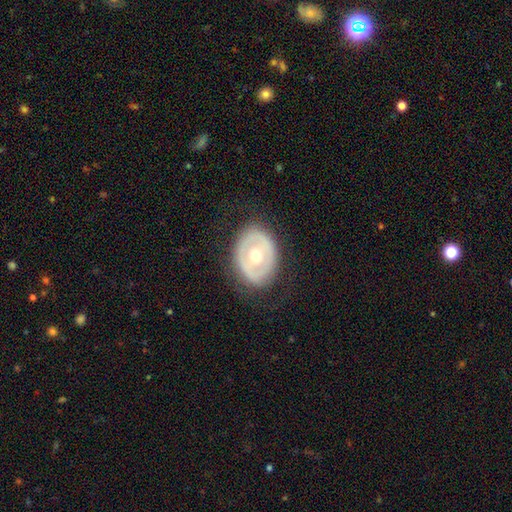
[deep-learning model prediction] A featured or disk galaxy (57%) with no bar (79%), no spiral arms (89%) and a moderate central bulge (69%). Merging: none (79%).